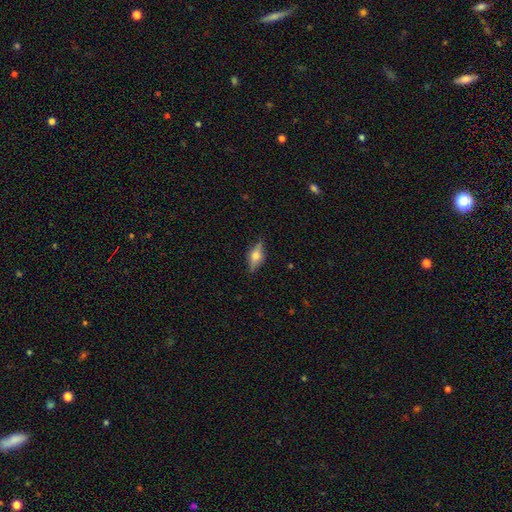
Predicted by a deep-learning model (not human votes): Overall: featured or disk (57%; smooth 35%). Edge-on disk: yes (91%). Edge-on bulge: rounded (91%). Merging: none (82%).